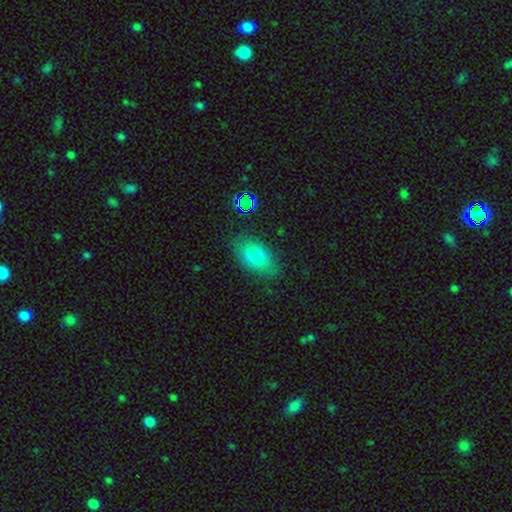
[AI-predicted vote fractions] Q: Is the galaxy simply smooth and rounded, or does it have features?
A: smooth — 77%.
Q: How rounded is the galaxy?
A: in between — 87%.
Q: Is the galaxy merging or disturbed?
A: none — 78%.